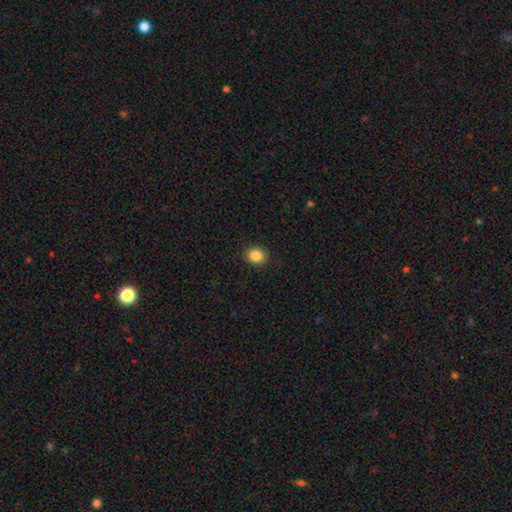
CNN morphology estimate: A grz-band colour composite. It shows a smooth galaxy with no disk features (86%) that is round (66%). Merging: none (90%).